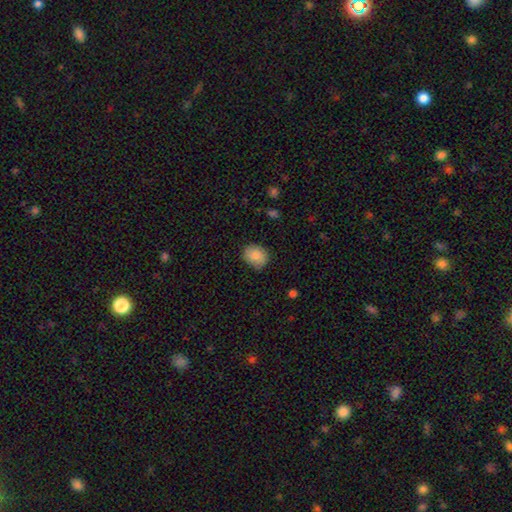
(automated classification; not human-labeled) Overall: smooth (86%). How rounded: round (58%; in between 41%). Merging: none (79%).